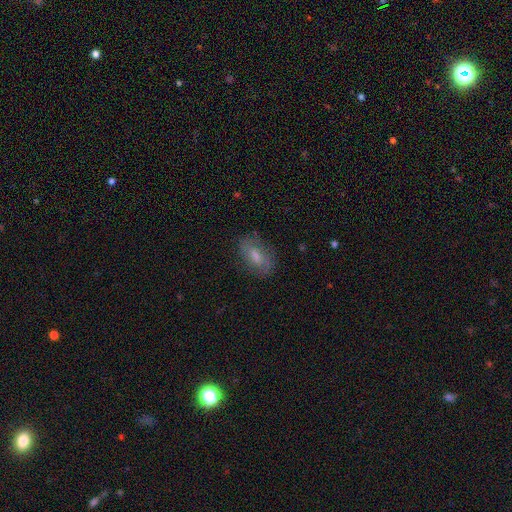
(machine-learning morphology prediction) Q: Smooth or featured?
A: smooth (57%); runner-up: featured or disk (31%)
Q: How rounded?
A: in between (84%); runner-up: round (9%)
Q: Merging?
A: none (78%); runner-up: minor disturbance (16%)